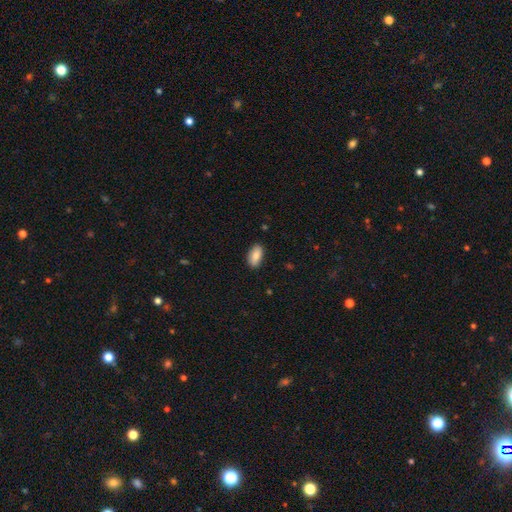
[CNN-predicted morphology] Q: Smooth or featured?
A: smooth (85%); runner-up: featured or disk (8%)
Q: How rounded?
A: in between (93%); runner-up: cigar-shaped (4%)
Q: Merging?
A: none (87%); runner-up: minor disturbance (10%)